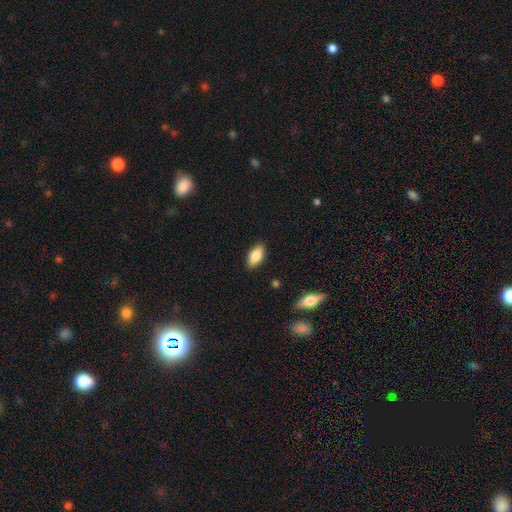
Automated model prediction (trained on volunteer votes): A smooth galaxy with no disk features (82%) that is in between round and cigar-shaped (89%).

Vote fractions:
- Smooth or featured? smooth: 82% / featured or disk: 11% / star or artifact: 7%
- How rounded? in between: 89% / cigar-shaped: 8% / round: 3%
- Merging? none: 87% / minor disturbance: 10% / major disturbance: 2% / merger: 1%